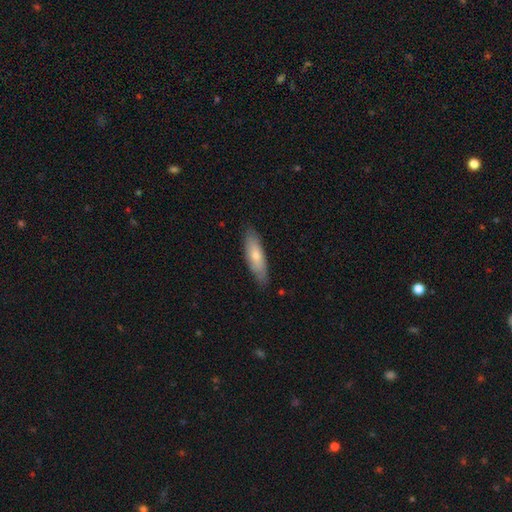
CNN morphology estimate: Smooth or featured? Predicted: smooth (p=0.68). How rounded? Predicted: cigar-shaped (p=0.50). Merging? Predicted: none (p=0.81).